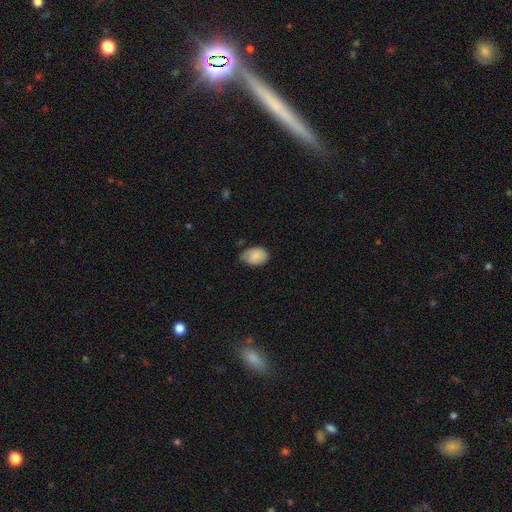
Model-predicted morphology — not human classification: type=smooth (86%); roundness=in between (78%); merging=none (52%).